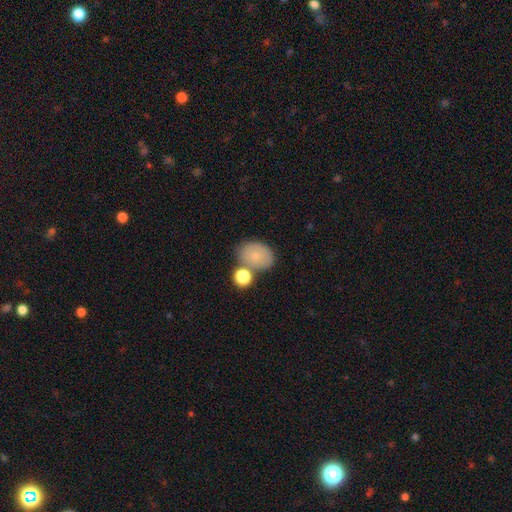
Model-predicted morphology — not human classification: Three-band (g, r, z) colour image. It shows a smooth galaxy with no disk features (72%) that is in between round and cigar-shaped (65%). Merging: none (58%).